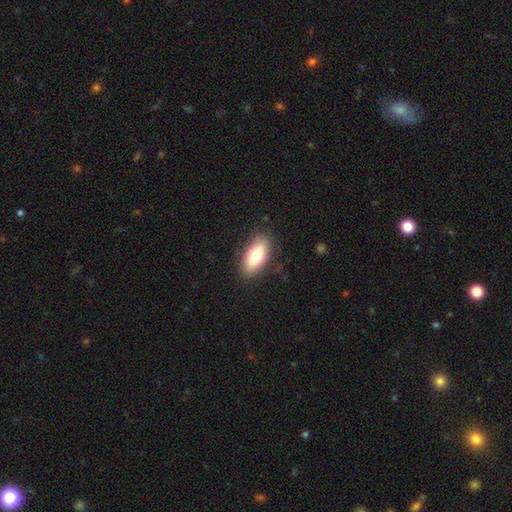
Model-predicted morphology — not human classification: type=smooth (77%); roundness=in between (88%); merging=none (86%).